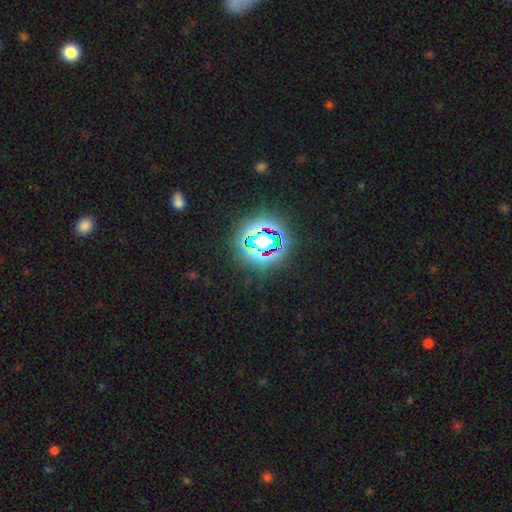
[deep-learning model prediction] smooth-or-featured: star or artifact: 79% | smooth: 14% | featured or disk: 7%